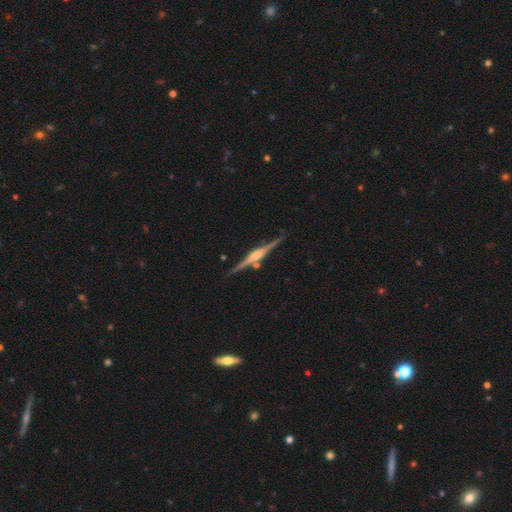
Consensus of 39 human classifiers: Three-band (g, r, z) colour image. It shows a featured or disk galaxy (92%) viewed edge-on (100%) with a rounded central bulge (64%). Merging: none (89%).